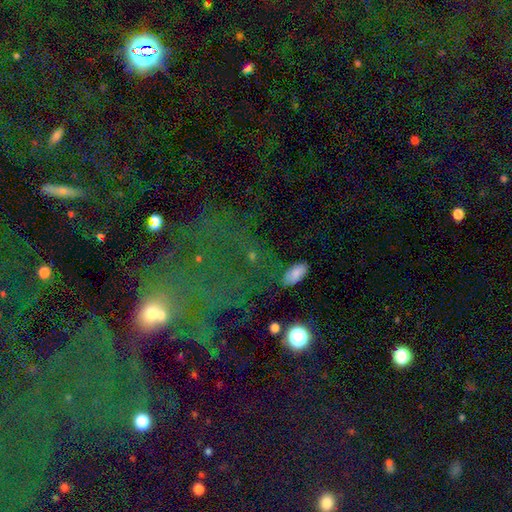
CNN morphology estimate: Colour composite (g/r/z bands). It shows a star or artifact, not a galaxy (59%).